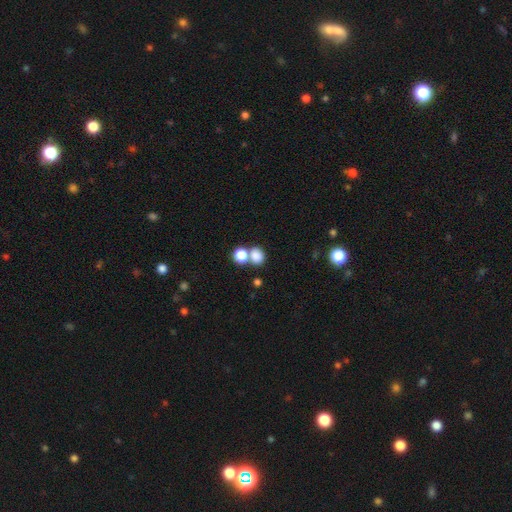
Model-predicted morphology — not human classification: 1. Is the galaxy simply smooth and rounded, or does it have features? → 81% smooth, 12% star or artifact, 7% featured or disk.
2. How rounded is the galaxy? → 64% round, 35% in between, 1% cigar-shaped.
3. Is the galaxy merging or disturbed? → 46% none, 42% merger, 8% minor disturbance, 4% major disturbance.